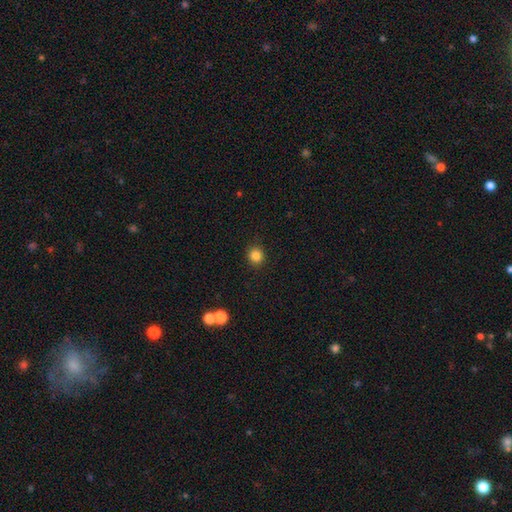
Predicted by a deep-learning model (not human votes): Overall: smooth (85%). How rounded: round (89%). Merging: none (91%).